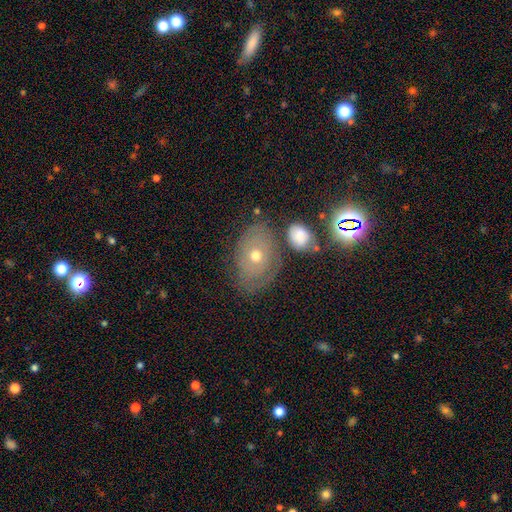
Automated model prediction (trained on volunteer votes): featured or disk 51%, smooth 27%, star or artifact 22%. Down the decision tree: edge-on disk — no (92%); merging — none (72%).